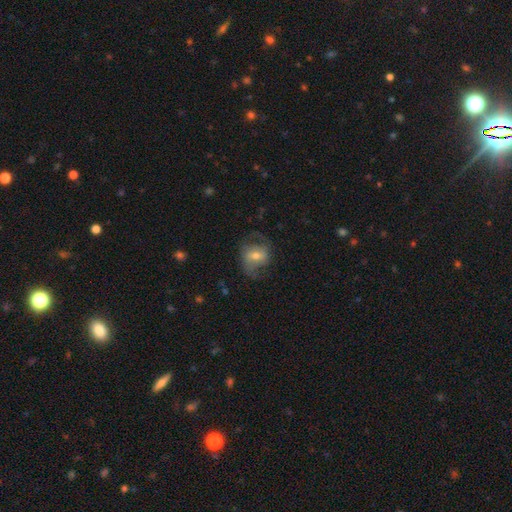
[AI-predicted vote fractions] smooth_or_featured: featured or disk (p=0.64) [alt: smooth p=0.28]
disk_edge_on: no (p=0.96) [alt: yes p=0.04]
bar: weak (p=0.44) [alt: no p=0.34]
has_spiral_arms: yes (p=0.84) [alt: no p=0.16]
spiral_winding: medium (p=0.46) [alt: loose p=0.38]
spiral_arm_count: 2 (p=0.82) [alt: can't tell p=0.09]
bulge_size: moderate (p=0.57) [alt: small p=0.35]
merging: none (p=0.65) [alt: minor disturbance p=0.19]